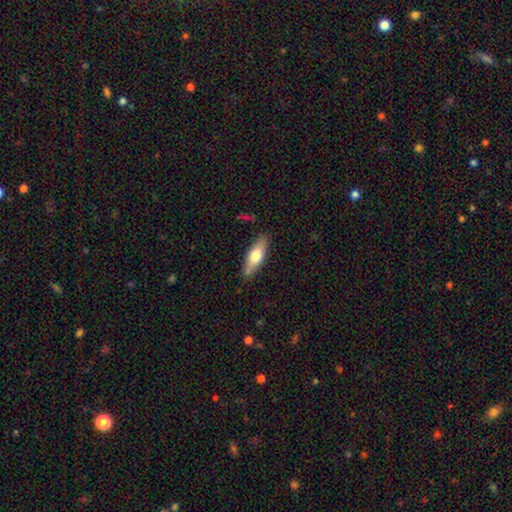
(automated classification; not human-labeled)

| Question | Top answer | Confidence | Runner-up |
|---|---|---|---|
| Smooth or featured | smooth | 66% | featured or disk (29%) |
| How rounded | in between | 55% | cigar-shaped (43%) |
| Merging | none | 80% | minor disturbance (15%) |